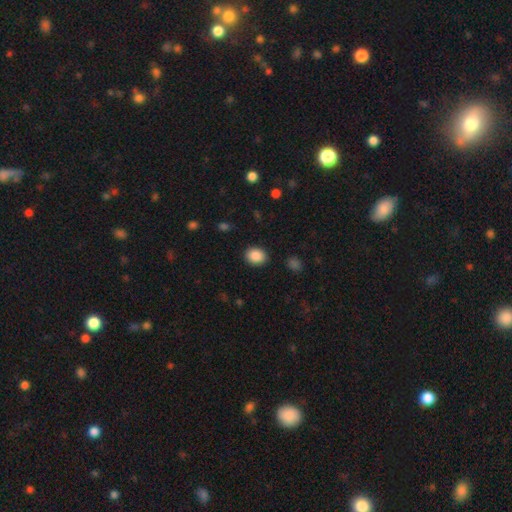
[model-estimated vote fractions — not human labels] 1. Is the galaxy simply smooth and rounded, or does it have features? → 89% smooth, 8% star or artifact, 3% featured or disk.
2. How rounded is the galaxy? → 51% in between, 48% round, 1% cigar-shaped.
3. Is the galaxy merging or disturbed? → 89% none, 8% minor disturbance, 2% major disturbance, 1% merger.